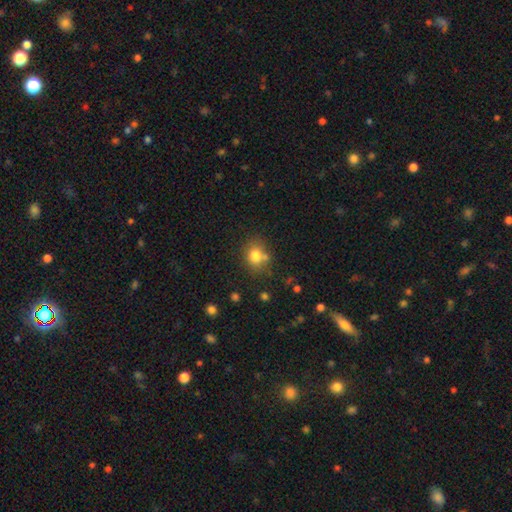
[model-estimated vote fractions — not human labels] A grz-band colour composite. It shows a smooth galaxy with no disk features (78%) that is round (66%). Merging: none (65%).